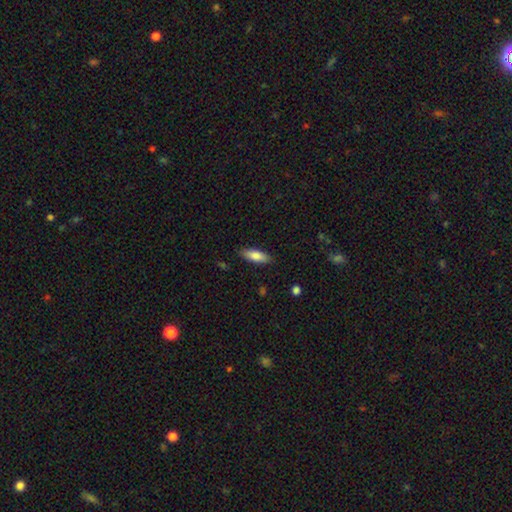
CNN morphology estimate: smooth_or_featured: smooth (p=0.83) [alt: featured or disk p=0.11]
how_rounded: in between (p=0.68) [alt: cigar-shaped p=0.30]
merging: none (p=0.87) [alt: minor disturbance p=0.10]